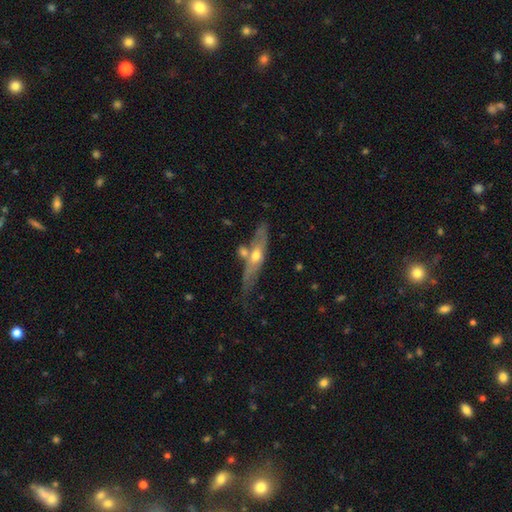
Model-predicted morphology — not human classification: Smooth or featured?
  - featured or disk: 56% *
  - smooth: 38%
  - star or artifact: 6%
Edge-on disk?
  - yes: 64% *
  - no: 36%
Merging?
  - none: 50% *
  - merger: 22%
  - minor disturbance: 21%
  - major disturbance: 8%